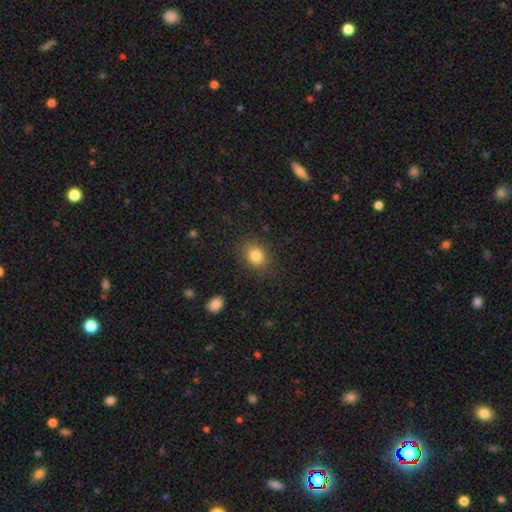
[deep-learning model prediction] smooth 83%, star or artifact 11%, featured or disk 6%. Down the decision tree: how rounded — round (60%); merging — none (84%).